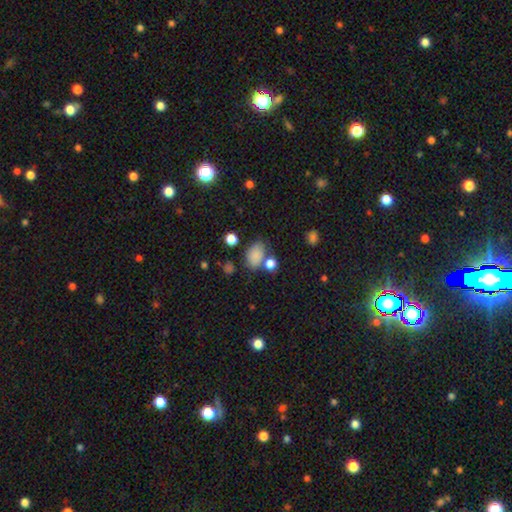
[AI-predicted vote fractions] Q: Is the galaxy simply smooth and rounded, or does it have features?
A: smooth — 82%.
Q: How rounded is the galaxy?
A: in between — 82%.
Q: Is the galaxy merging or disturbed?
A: none — 60%.